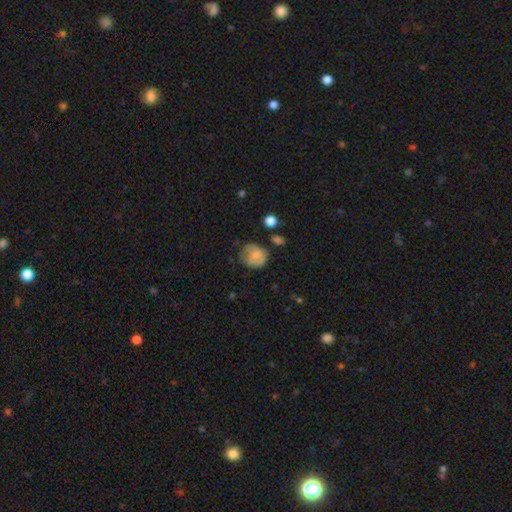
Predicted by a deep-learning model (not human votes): Smooth or featured?
  - smooth: 69% *
  - featured or disk: 22%
  - star or artifact: 9%
How rounded?
  - round: 73% *
  - in between: 26%
  - cigar-shaped: 1%
Merging?
  - none: 50% *
  - minor disturbance: 30%
  - major disturbance: 15%
  - merger: 5%